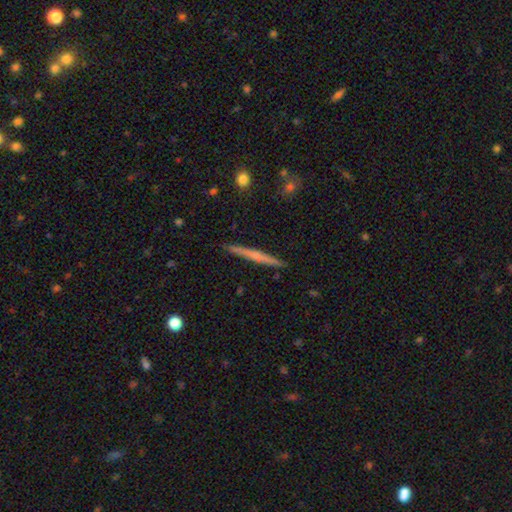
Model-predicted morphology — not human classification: Smooth or featured?
  - featured or disk: 53% *
  - smooth: 40%
  - star or artifact: 6%
Edge-on disk?
  - yes: 98% *
  - no: 2%
Edge-on bulge?
  - none: 59% *
  - rounded: 34%
  - boxy: 7%
Merging?
  - none: 91% *
  - minor disturbance: 6%
  - major disturbance: 1%
  - merger: 1%